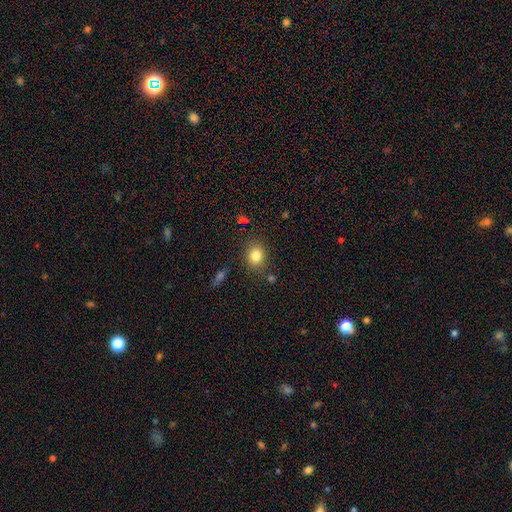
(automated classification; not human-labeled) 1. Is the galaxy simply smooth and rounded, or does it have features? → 82% smooth, 11% star or artifact, 7% featured or disk.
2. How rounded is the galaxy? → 62% round, 37% in between, 1% cigar-shaped.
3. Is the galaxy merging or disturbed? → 83% none, 10% minor disturbance, 3% merger, 3% major disturbance.